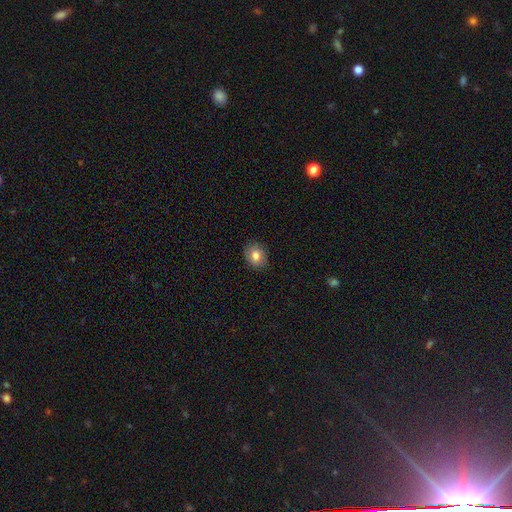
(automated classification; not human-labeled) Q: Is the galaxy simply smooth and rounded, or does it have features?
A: smooth — 80%.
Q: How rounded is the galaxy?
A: round — 54%.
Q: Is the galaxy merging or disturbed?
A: none — 88%.